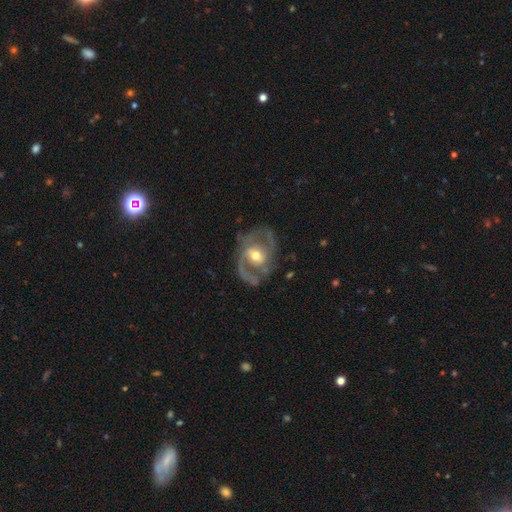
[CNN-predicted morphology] This is clearly a featured or disk galaxy (86%). It is clearly not viewed edge-on (97%). Bar: possibly no (46%). Spiral arm pattern: clearly yes (91%). Spiral arm count: likely 2 (80%). Spiral winding: possibly medium (53%). Central bulge: likely moderate (72%). Merging: likely none (66%).